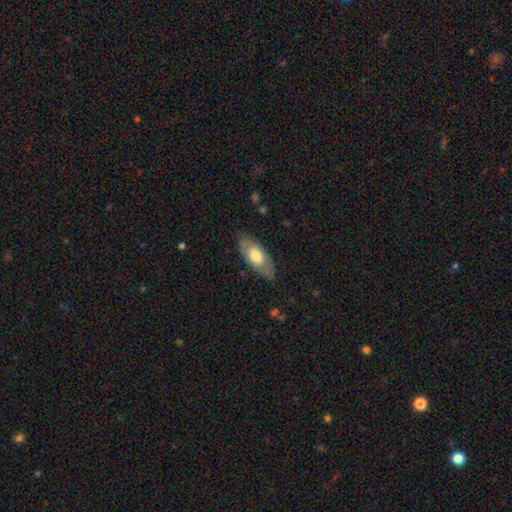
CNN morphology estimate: The model was most divided on "smooth or featured": smooth: 59%, featured or disk: 36%, star or artifact: 5%. More confident: how rounded — in between (85%); merging — none (80%).